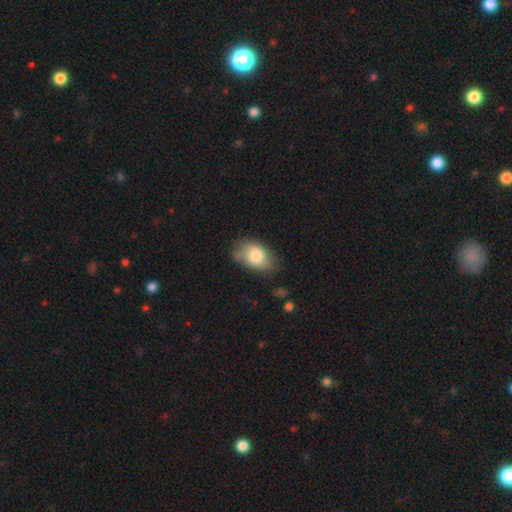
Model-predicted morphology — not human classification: Smooth or featured? Predicted: smooth (p=0.80). How rounded? Predicted: in between (p=0.87). Merging? Predicted: none (p=0.65).